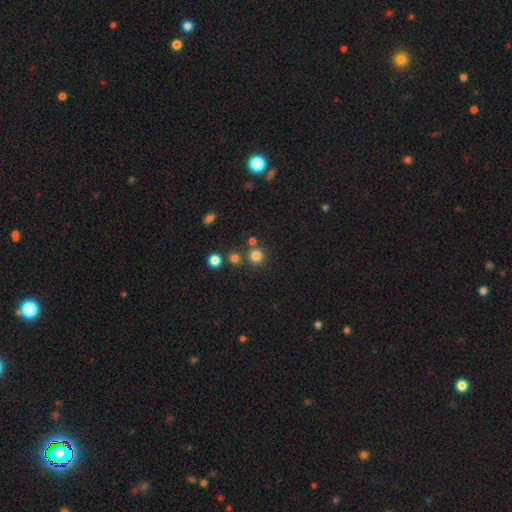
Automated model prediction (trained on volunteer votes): A smooth galaxy with no disk features (79%) that is round (93%).

Vote fractions:
- Smooth or featured? smooth: 79% / star or artifact: 16% / featured or disk: 5%
- How rounded? round: 93% / in between: 6% / cigar-shaped: 1%
- Merging? none: 78% / merger: 12% / minor disturbance: 7% / major disturbance: 3%